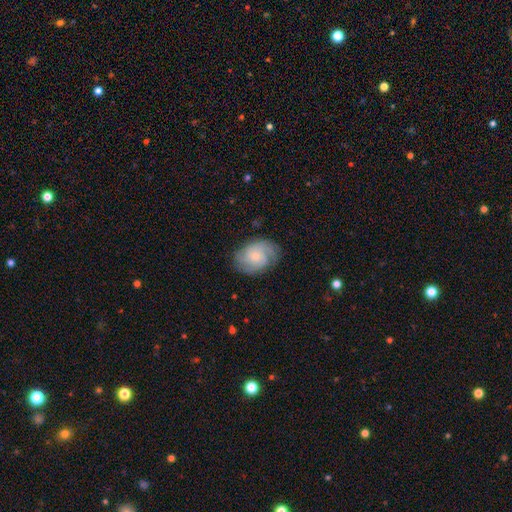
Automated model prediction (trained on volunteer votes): Morphology: type=featured or disk (70%); edge-on=no (97%); bar=no (76%); spiral arms=yes (94%); winding=tight (54%); arm count=can't tell (30%); bulge=small (66%); merging=none (74%).